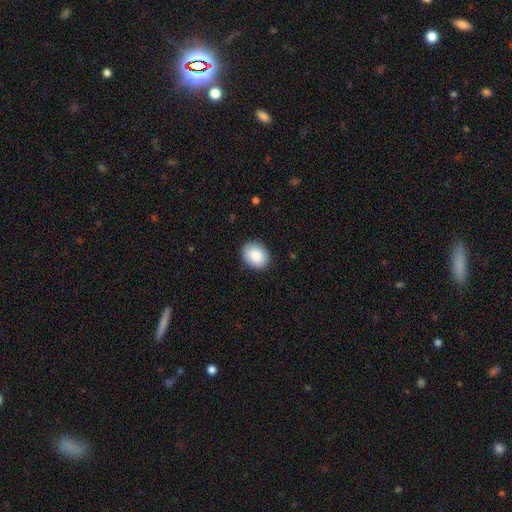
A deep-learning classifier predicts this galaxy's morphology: type=smooth (89%); roundness=in between (64%); merging=none (88%).